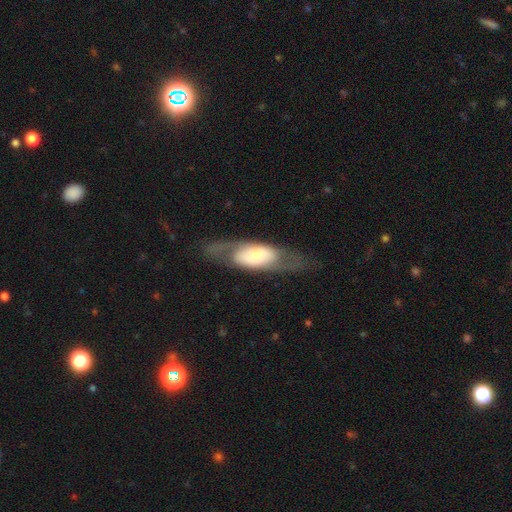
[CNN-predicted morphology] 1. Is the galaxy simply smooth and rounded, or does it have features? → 52% featured or disk, 41% smooth, 6% star or artifact.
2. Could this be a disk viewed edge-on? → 72% no, 28% yes.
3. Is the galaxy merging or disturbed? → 65% none, 19% minor disturbance, 14% major disturbance, 2% merger.